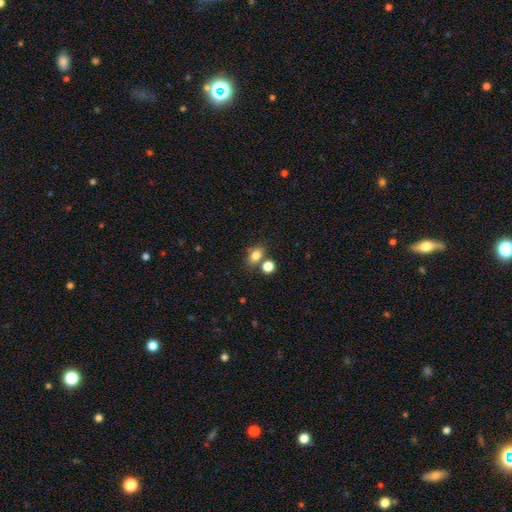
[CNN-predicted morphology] Smooth or featured: smooth — 81% (star or artifact — 12%)
How rounded: in between — 72% (round — 26%)
Merging: none — 63% (merger — 21%)